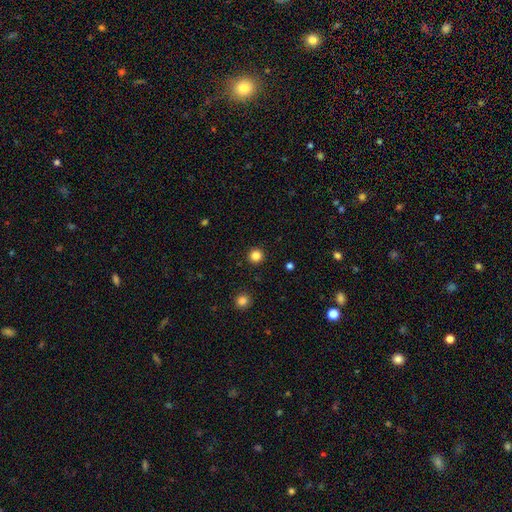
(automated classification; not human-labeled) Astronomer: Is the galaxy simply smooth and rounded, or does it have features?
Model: smooth — 83%.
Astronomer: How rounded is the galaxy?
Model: round — 95%.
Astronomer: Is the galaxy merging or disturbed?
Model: none — 93%.